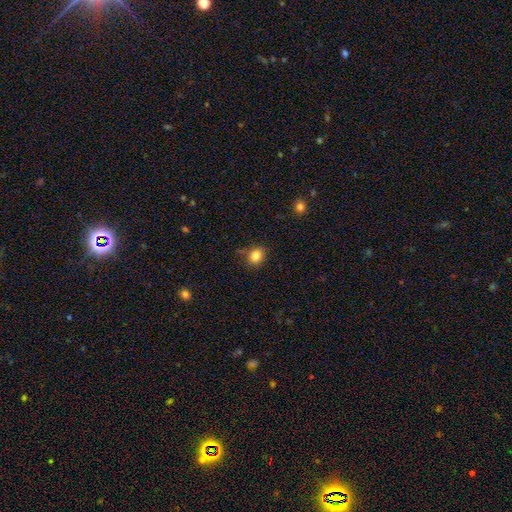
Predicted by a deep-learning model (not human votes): Morphology: type=smooth (85%); roundness=round (57%); merging=none (77%).